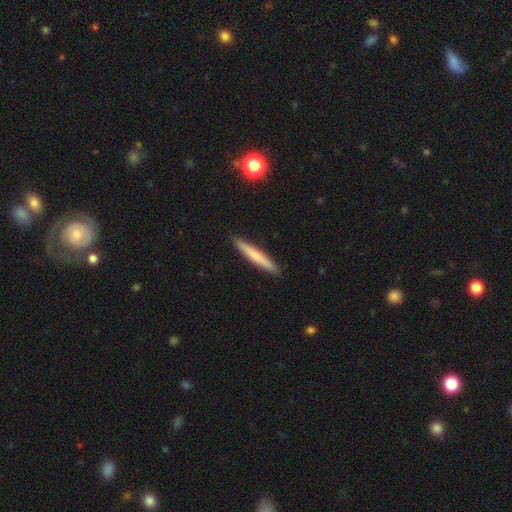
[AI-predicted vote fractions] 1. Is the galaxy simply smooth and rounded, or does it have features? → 63% smooth, 31% featured or disk, 6% star or artifact.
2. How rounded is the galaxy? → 95% cigar-shaped, 3% in between, 1% round.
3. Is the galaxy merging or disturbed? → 92% none, 5% minor disturbance, 1% major disturbance, 1% merger.